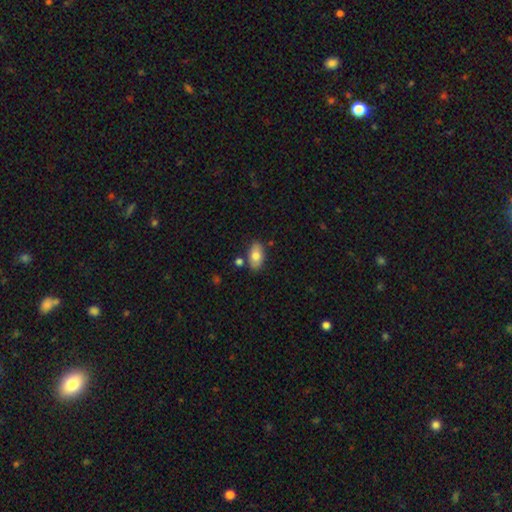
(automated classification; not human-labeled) Morphology: type=smooth (78%); roundness=in between (92%); merging=none (79%).